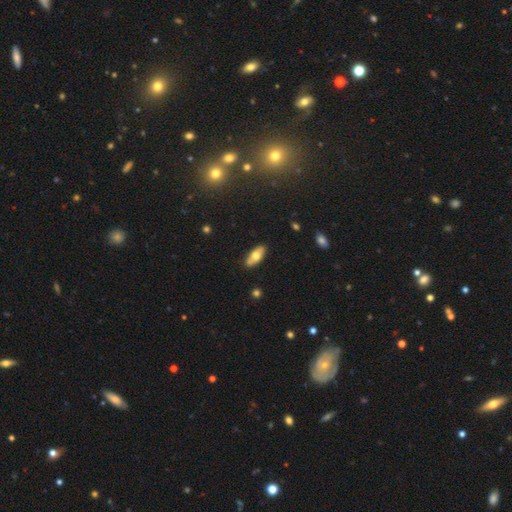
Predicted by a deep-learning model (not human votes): smooth_or_featured: smooth (p=0.66) [alt: featured or disk p=0.27]
how_rounded: in between (p=0.82) [alt: cigar-shaped p=0.15]
merging: none (p=0.81) [alt: minor disturbance p=0.14]